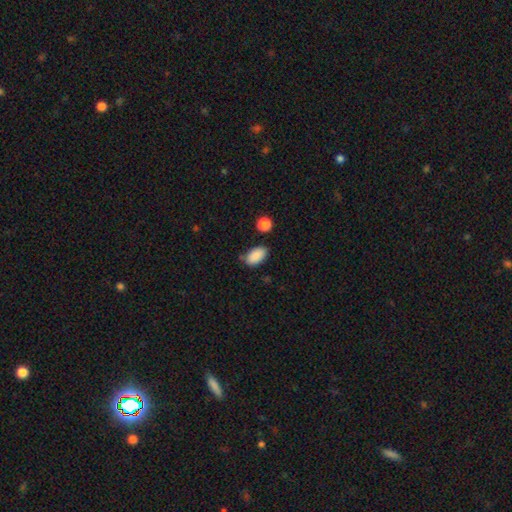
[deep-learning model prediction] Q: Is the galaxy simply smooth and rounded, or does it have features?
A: smooth — 89%.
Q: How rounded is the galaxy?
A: in between — 93%.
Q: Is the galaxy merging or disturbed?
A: none — 76%.